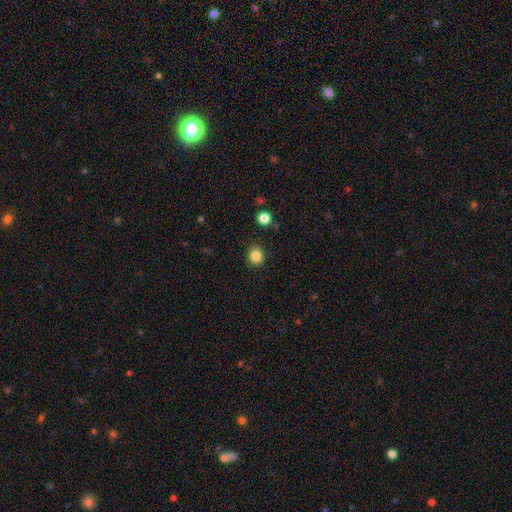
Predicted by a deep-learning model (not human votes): Overall: smooth (84%). How rounded: round (82%). Merging: none (90%).